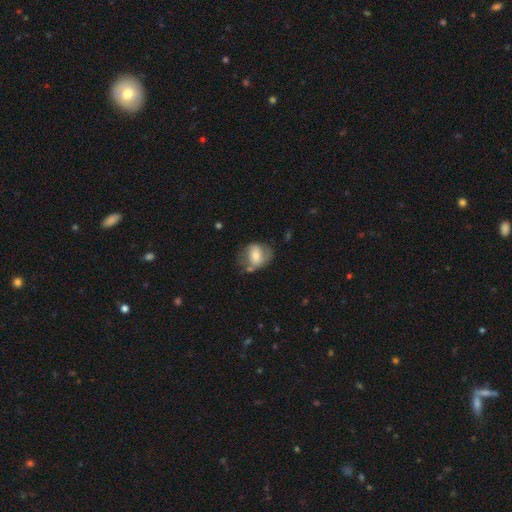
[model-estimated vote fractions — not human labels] This is possibly a smooth galaxy (59%). How rounded: possibly in between (57%). Merging: possibly none (46%).